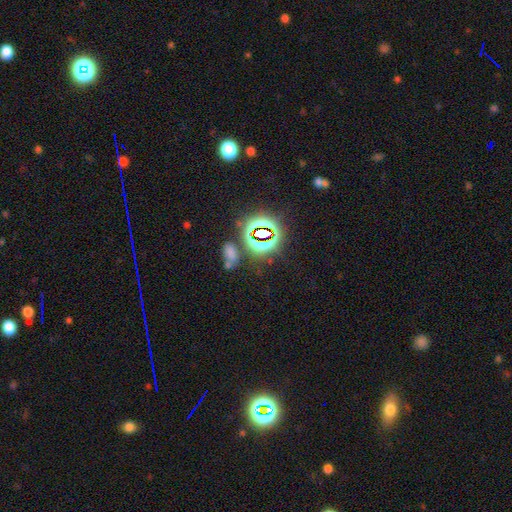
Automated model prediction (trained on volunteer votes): smooth_or_featured: star or artifact (p=0.80) [alt: smooth p=0.12]